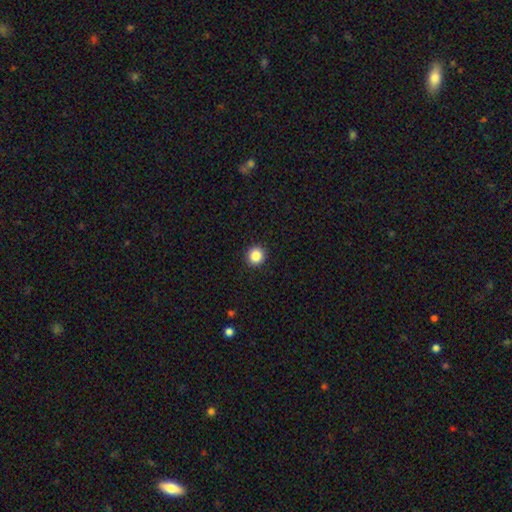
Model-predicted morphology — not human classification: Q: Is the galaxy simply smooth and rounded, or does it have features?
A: smooth — 86%.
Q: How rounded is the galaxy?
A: round — 94%.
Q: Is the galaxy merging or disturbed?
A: none — 93%.